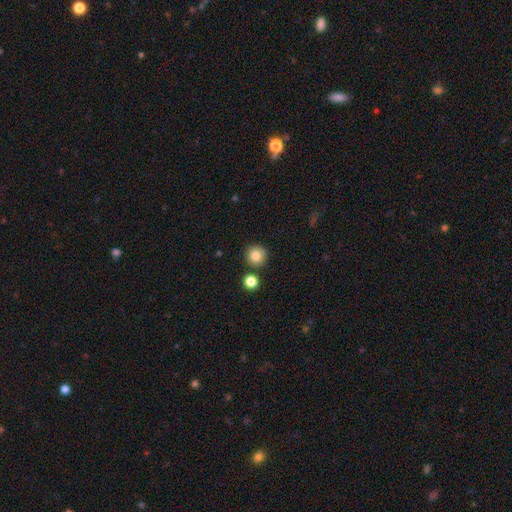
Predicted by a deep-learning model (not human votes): This is clearly a smooth galaxy (83%). How rounded: clearly round (94%). Merging: clearly none (85%).